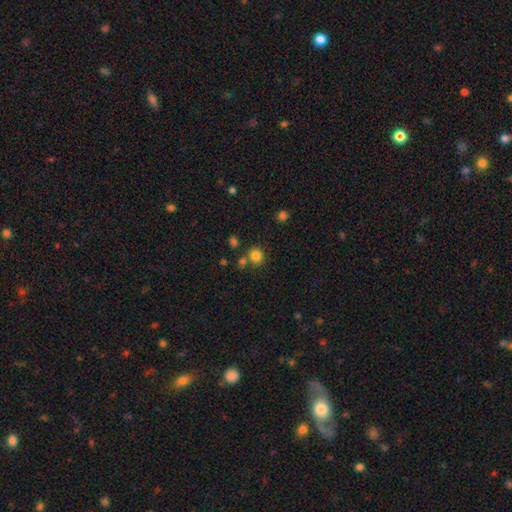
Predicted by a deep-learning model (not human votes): The model was most divided on "merging": none: 72%, merger: 15%, minor disturbance: 9%, major disturbance: 3%. More confident: how rounded — round (83%); smooth or featured — smooth (82%).